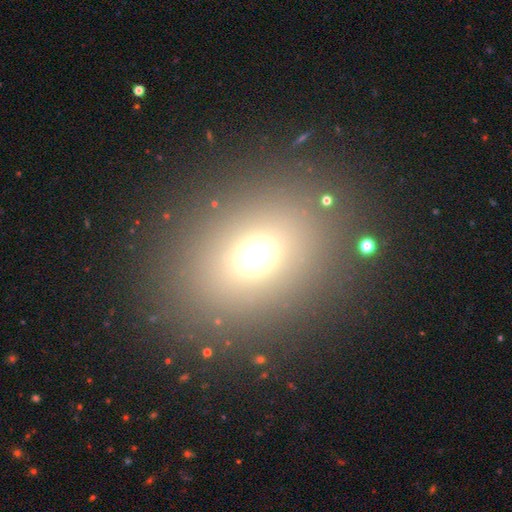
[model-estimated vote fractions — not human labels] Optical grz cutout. It shows a smooth galaxy with no disk features (64%) that is in between round and cigar-shaped (51%). Merging: none (84%).